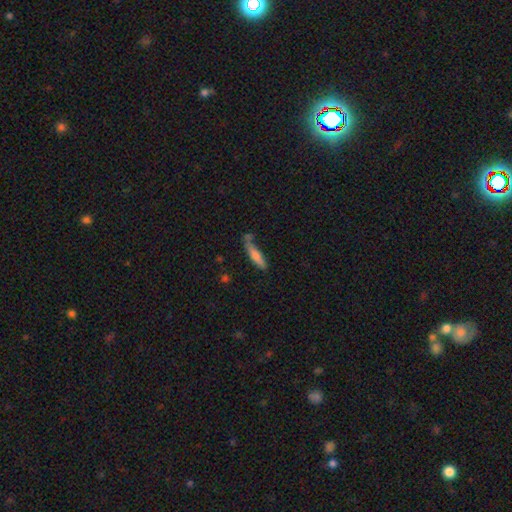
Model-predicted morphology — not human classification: The model was most divided on "merging": none: 59%, minor disturbance: 23%, merger: 12%, major disturbance: 6%. More confident: how rounded — cigar-shaped (82%); smooth or featured — smooth (71%).